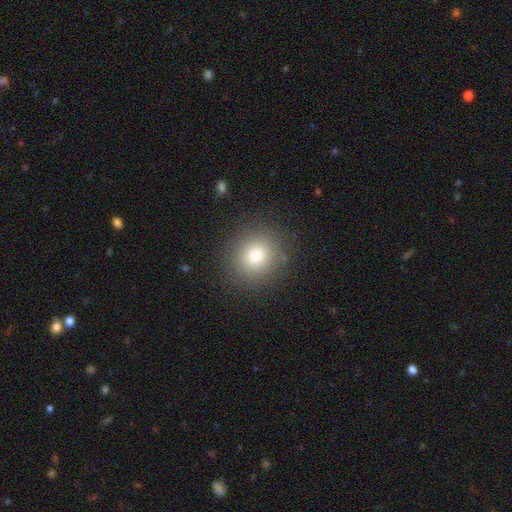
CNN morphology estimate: A smooth galaxy with no disk features (80%) that is round (82%).

Vote fractions:
- Smooth or featured? smooth: 80% / star or artifact: 12% / featured or disk: 8%
- How rounded? round: 82% / in between: 17% / cigar-shaped: 1%
- Merging? none: 87% / minor disturbance: 8% / major disturbance: 3% / merger: 1%